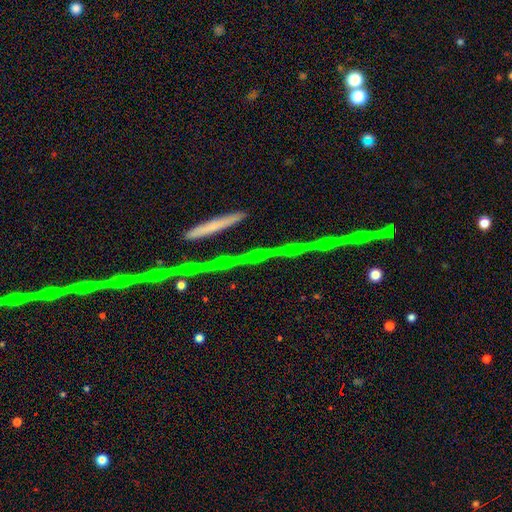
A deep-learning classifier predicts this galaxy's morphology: This is likely a star or artifact rather than a galaxy (61%).